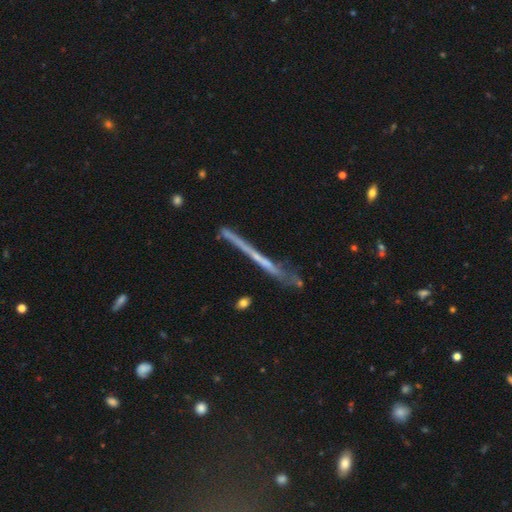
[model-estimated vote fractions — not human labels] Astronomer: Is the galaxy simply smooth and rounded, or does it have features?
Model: featured or disk — 64%.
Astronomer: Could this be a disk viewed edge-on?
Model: yes — 92%.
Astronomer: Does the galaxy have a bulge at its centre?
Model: none — 81%.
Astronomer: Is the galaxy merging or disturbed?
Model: none — 70%.